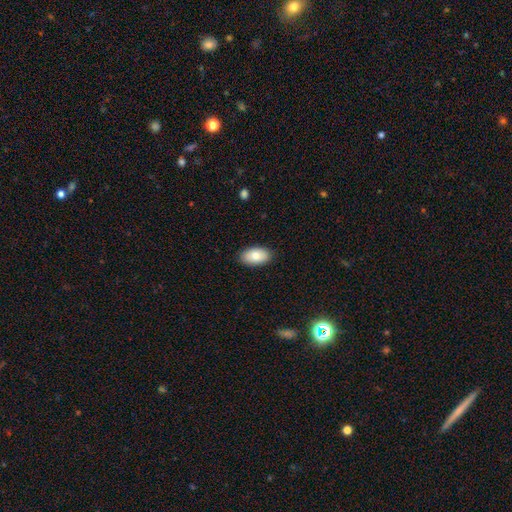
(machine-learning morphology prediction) Overall: smooth (79%). How rounded: in between (94%). Merging: none (88%).